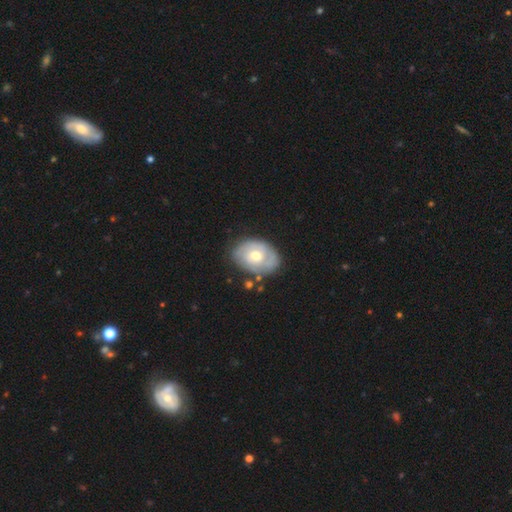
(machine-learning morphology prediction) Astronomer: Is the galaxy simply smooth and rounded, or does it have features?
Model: featured or disk — 57% (runner-up: smooth, 37%).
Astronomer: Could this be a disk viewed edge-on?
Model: no — 95%.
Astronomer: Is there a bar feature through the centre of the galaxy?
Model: no — 80%.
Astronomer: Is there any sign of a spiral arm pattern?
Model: yes — 61% (runner-up: no, 39%).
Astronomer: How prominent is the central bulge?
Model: moderate — 70%.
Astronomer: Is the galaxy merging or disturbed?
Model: none — 69%.